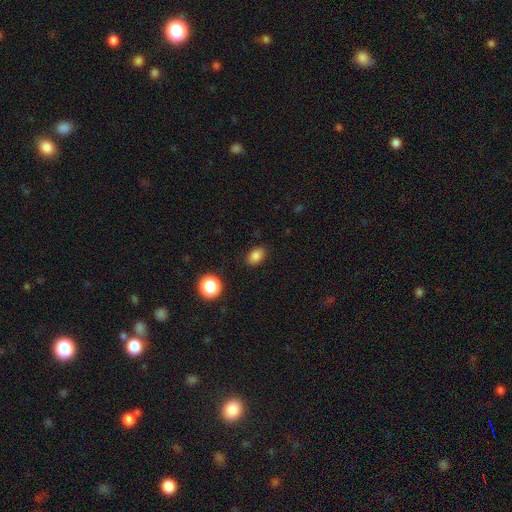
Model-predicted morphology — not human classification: A smooth galaxy with no disk features (83%) that is in between round and cigar-shaped (78%). Merging: none (86%).